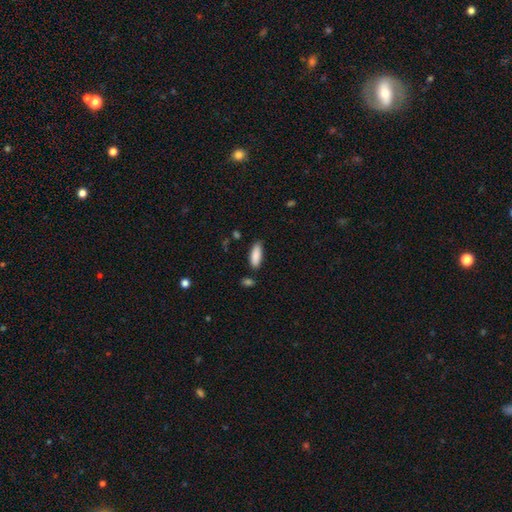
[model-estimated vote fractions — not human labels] The model was most divided on "how rounded": in between: 69%, cigar-shaped: 30%, round: 2%. More confident: smooth or featured — smooth (88%); merging — none (79%).